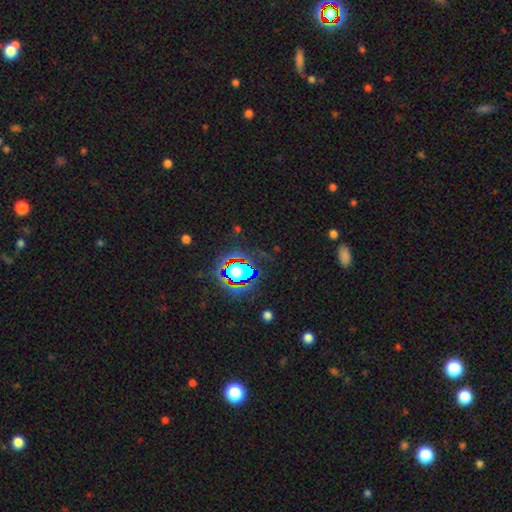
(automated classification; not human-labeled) Overall: star or artifact (80%).